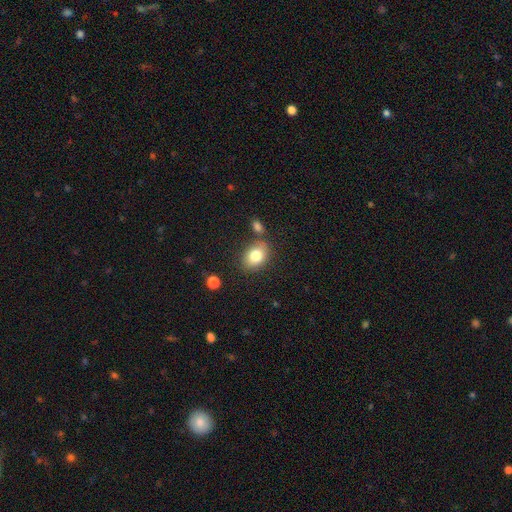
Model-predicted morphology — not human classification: smooth_or_featured: smooth (p=0.81) [alt: featured or disk p=0.11]
how_rounded: in between (p=0.73) [alt: round p=0.26]
merging: none (p=0.74) [alt: minor disturbance p=0.13]